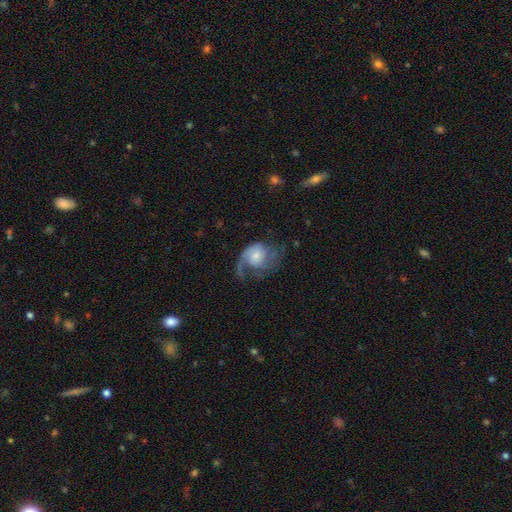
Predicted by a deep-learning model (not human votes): Morphology: type=featured or disk (71%); edge-on=no (98%); bar=no (69%); spiral arms=yes (91%); winding=loose (41%); arm count=1 (45%); bulge=small (42%); merging=none (41%).